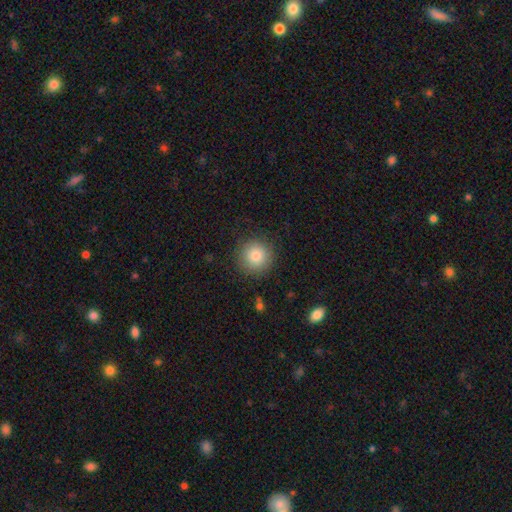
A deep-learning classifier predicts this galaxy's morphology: smooth-or-featured: smooth: 82% | star or artifact: 10% | featured or disk: 8%
  how-rounded: round: 95% | in between: 4% | cigar-shaped: 1%
  merging: none: 88% | minor disturbance: 8% | major disturbance: 3% | merger: 1%